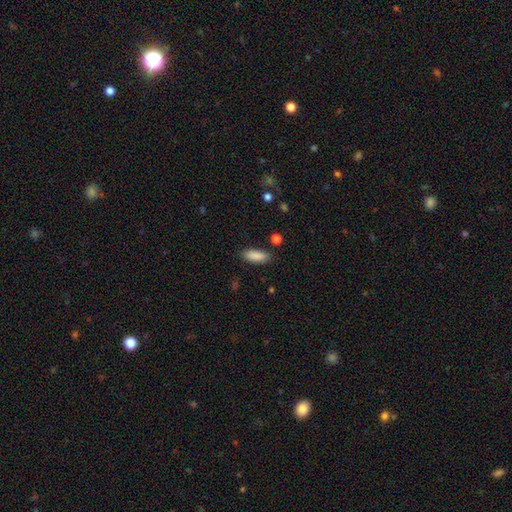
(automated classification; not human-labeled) smooth-or-featured: smooth: 89% | star or artifact: 7% | featured or disk: 4%
  how-rounded: in between: 71% | cigar-shaped: 27% | round: 2%
  merging: none: 87% | minor disturbance: 9% | major disturbance: 2% | merger: 2%